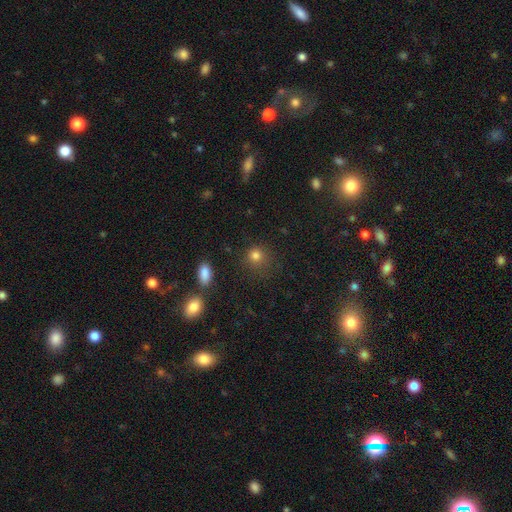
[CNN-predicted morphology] A smooth galaxy with no disk features (81%) that is round (85%).

Vote fractions:
- Smooth or featured? smooth: 81% / star or artifact: 13% / featured or disk: 5%
- How rounded? round: 85% / in between: 14% / cigar-shaped: 1%
- Merging? none: 77% / minor disturbance: 13% / major disturbance: 6% / merger: 4%